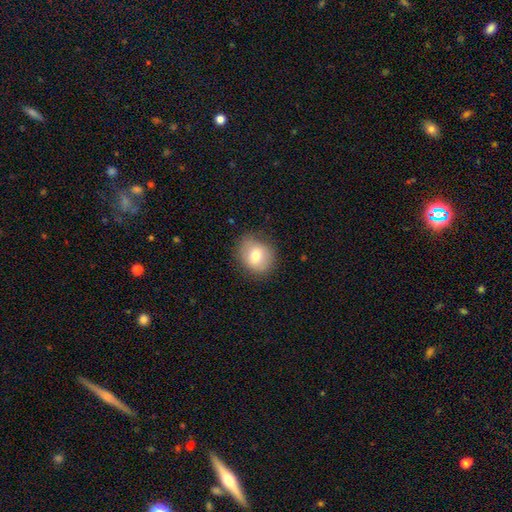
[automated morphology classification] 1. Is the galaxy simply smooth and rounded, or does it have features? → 72% smooth, 19% featured or disk, 9% star or artifact.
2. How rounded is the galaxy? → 71% round, 28% in between, 1% cigar-shaped.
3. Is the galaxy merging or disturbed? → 76% none, 18% minor disturbance, 5% major disturbance, 1% merger.